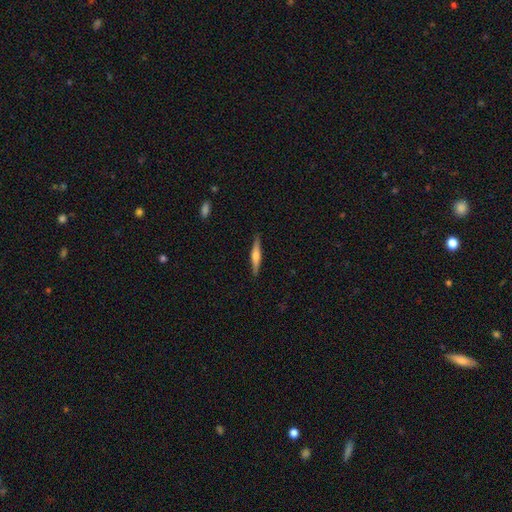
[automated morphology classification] featured or disk 51%, smooth 43%, star or artifact 6%. Down the decision tree: edge-on disk — yes (96%); merging — none (89%).